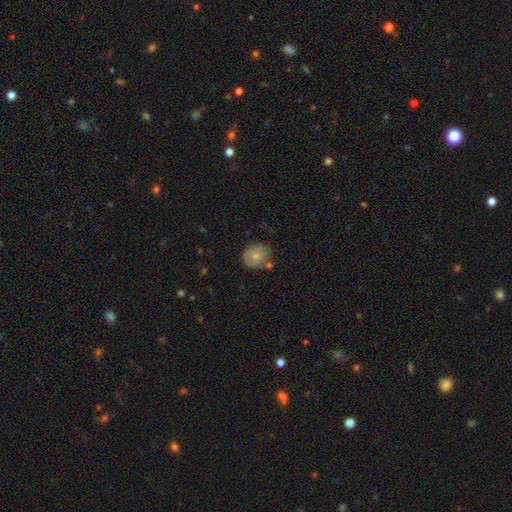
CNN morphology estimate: This appears to be a smooth galaxy with no disk features (67%) that is round (83%). Merging: none (68%).